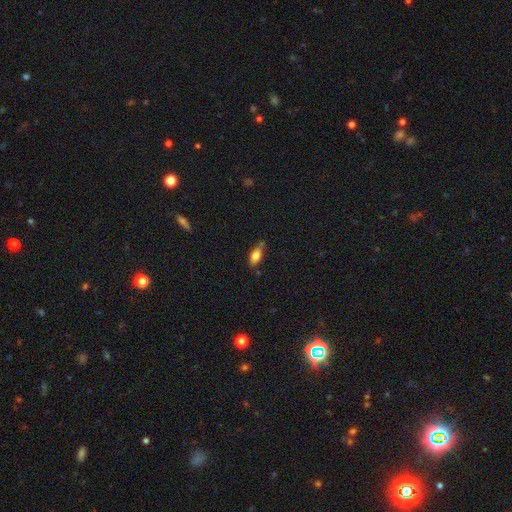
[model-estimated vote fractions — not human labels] This is likely a smooth galaxy (78%). How rounded: clearly in between (81%). Merging: likely none (67%).